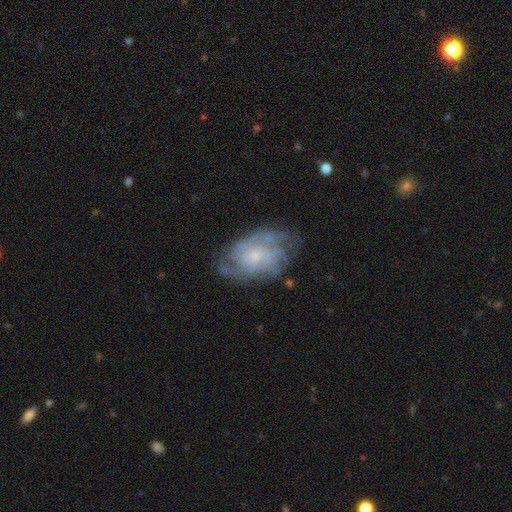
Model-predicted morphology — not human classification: Smooth or featured?
  - featured or disk: 78% *
  - smooth: 15%
  - star or artifact: 7%
Edge-on disk?
  - no: 97% *
  - yes: 3%
Bar?
  - no: 74% *
  - weak: 23%
  - strong: 3%
Spiral arms?
  - yes: 90% *
  - no: 10%
Spiral winding?
  - tight: 49% *
  - medium: 39%
  - loose: 13%
Spiral arm count?
  - can't tell: 42% *
  - 3: 16%
  - 2: 15%
  - 4: 15%
  - more than 4: 6%
  - 1: 6%
Bulge size?
  - small: 69% *
  - moderate: 19%
  - none: 9%
  - large: 2%
  - dominant: 1%
Merging?
  - none: 68% *
  - minor disturbance: 21%
  - major disturbance: 10%
  - merger: 2%